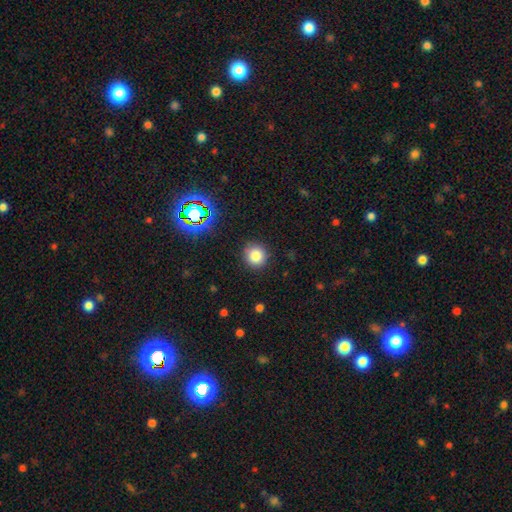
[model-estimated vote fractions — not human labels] This is clearly a smooth galaxy (81%). How rounded: clearly round (91%). Merging: clearly none (89%).